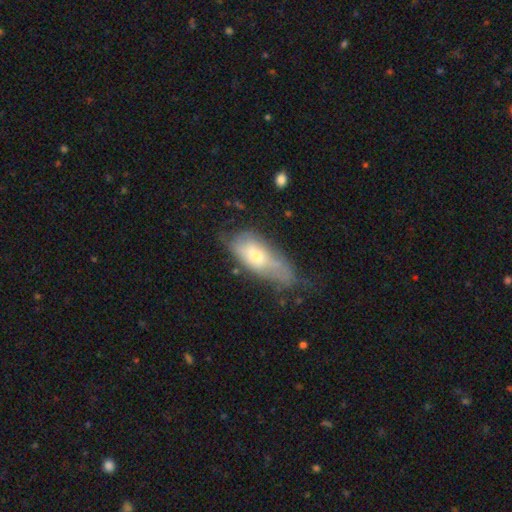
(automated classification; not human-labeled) Q: Smooth or featured?
A: smooth (60%); runner-up: featured or disk (33%)
Q: How rounded?
A: in between (81%); runner-up: cigar-shaped (16%)
Q: Merging?
A: minor disturbance (37%); runner-up: none (34%)